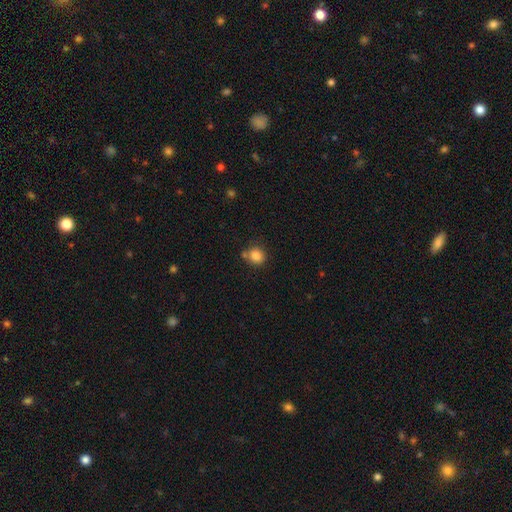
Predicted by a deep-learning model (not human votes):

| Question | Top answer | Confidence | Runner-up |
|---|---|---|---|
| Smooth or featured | smooth | 84% | star or artifact (10%) |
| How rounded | round | 82% | in between (17%) |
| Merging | none | 69% | minor disturbance (15%) |